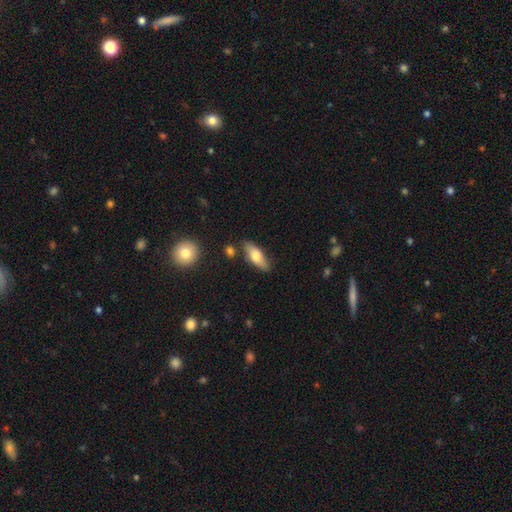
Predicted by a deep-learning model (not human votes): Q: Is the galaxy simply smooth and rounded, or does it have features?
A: smooth — 68%.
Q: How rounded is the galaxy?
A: in between — 70%.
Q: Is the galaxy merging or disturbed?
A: none — 79%.